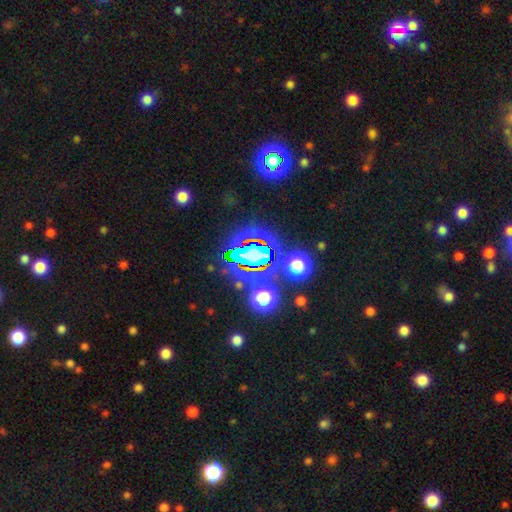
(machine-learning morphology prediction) The model was most divided on "smooth or featured": star or artifact: 63%, smooth: 22%, featured or disk: 15%.